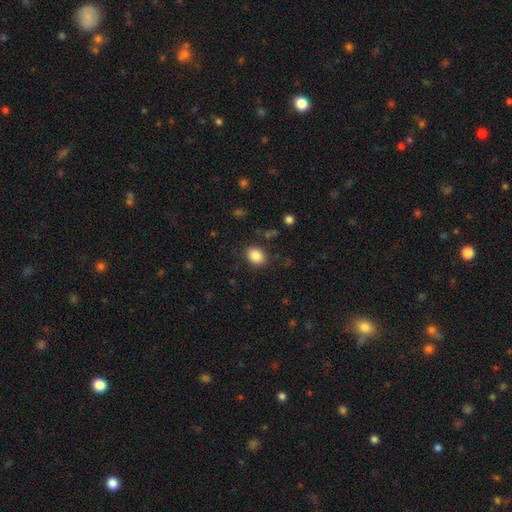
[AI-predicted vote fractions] A smooth galaxy with no disk features (86%) that is in between round and cigar-shaped (62%). Merging: none (85%).